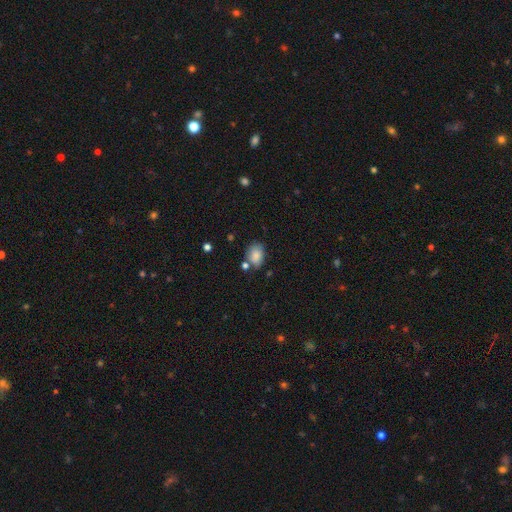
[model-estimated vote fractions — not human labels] Smooth or featured? Predicted: smooth (p=0.84). How rounded? Predicted: in between (p=0.71). Merging? Predicted: none (p=0.63).